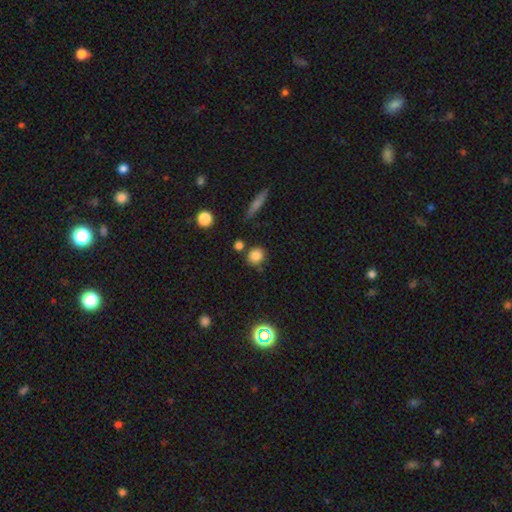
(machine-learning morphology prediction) The model was most divided on "merging": none: 78%, minor disturbance: 11%, merger: 8%, major disturbance: 3%. More confident: how rounded — round (83%); smooth or featured — smooth (82%).